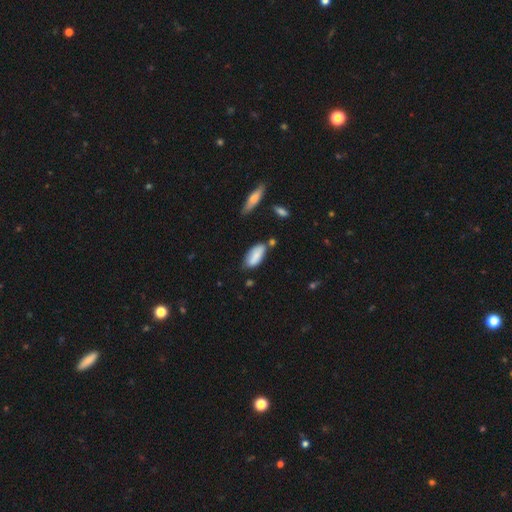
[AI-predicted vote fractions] This appears to be a smooth galaxy with no disk features (83%) that is in between round and cigar-shaped (84%). Merging: none (64%).